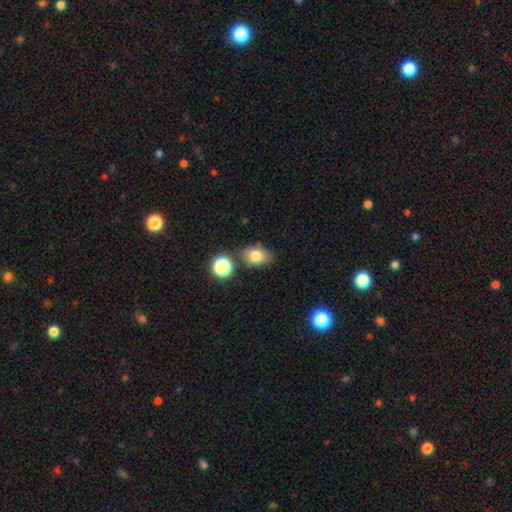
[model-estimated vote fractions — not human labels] Smooth or featured?
  - smooth: 78% *
  - star or artifact: 11%
  - featured or disk: 11%
How rounded?
  - in between: 75% *
  - round: 24%
  - cigar-shaped: 1%
Merging?
  - none: 72% *
  - minor disturbance: 15%
  - merger: 9%
  - major disturbance: 4%